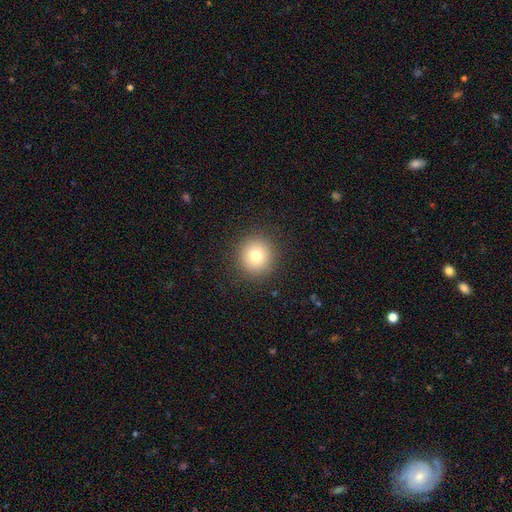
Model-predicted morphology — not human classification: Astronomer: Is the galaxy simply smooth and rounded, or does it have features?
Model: smooth — 76%.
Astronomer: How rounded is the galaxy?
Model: round — 94%.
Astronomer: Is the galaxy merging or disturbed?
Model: none — 90%.